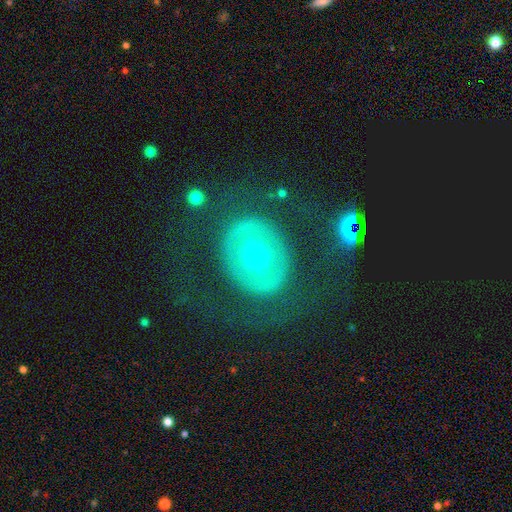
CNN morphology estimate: smooth-or-featured: featured or disk: 54% | smooth: 35% | star or artifact: 10%
  disk-edge-on: no: 95% | yes: 5%
    bar: no: 72% | weak: 18% | strong: 11%
    has-spiral-arms: no: 73% | yes: 27%
    bulge-size: moderate: 67% | small: 23% | large: 6% | dominant: 2% | none: 2%
  merging: none: 72% | major disturbance: 13% | minor disturbance: 13% | merger: 3%